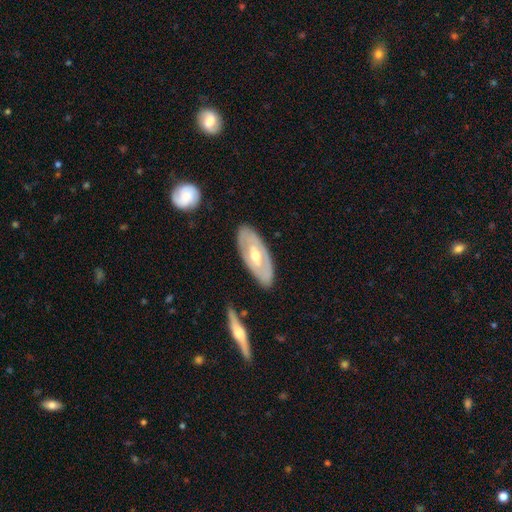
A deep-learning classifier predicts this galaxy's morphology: This appears to be a featured or disk galaxy (67%) with no bar (60%), no spiral arms (66%) and a moderate central bulge (73%). Merging: none (83%).